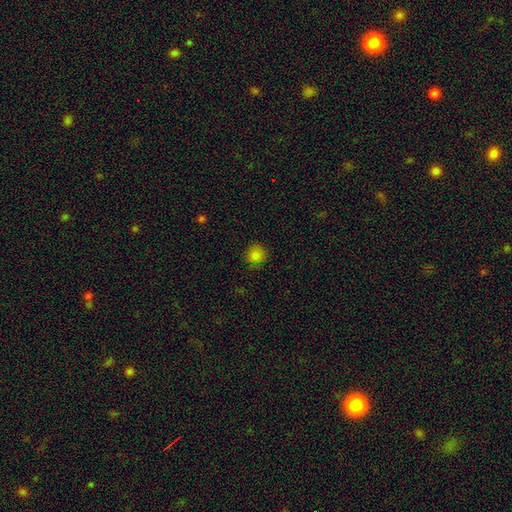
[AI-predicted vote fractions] A smooth galaxy with no disk features (82%) that is round (91%).

Vote fractions:
- Smooth or featured? smooth: 82% / star or artifact: 14% / featured or disk: 4%
- How rounded? round: 91% / in between: 8% / cigar-shaped: 1%
- Merging? none: 86% / minor disturbance: 10% / major disturbance: 3% / merger: 1%